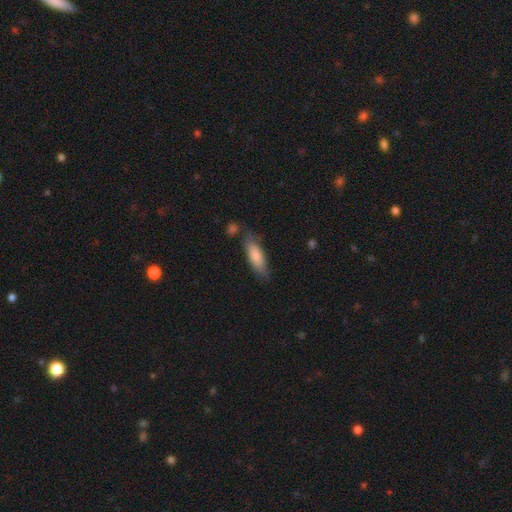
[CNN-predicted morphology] smooth_or_featured: smooth (p=0.80) [alt: featured or disk p=0.14]
how_rounded: in between (p=0.56) [alt: cigar-shaped p=0.43]
merging: none (p=0.73) [alt: minor disturbance p=0.18]